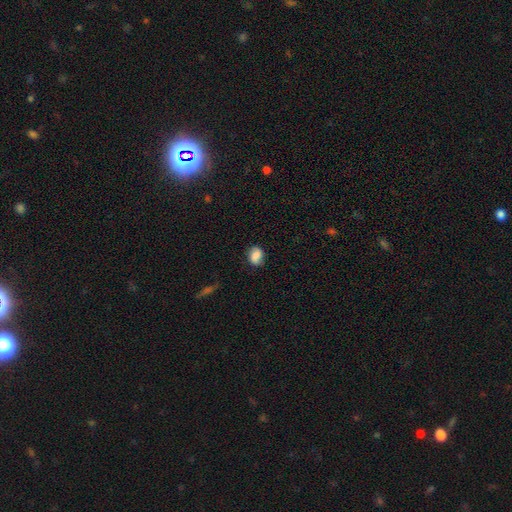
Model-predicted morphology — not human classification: A smooth galaxy with no disk features (78%) that is in between round and cigar-shaped (62%). Merging: none (72%).